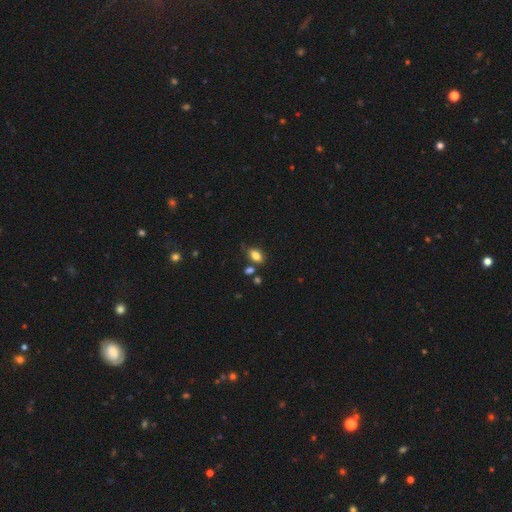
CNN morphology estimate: A smooth galaxy with no disk features (83%) that is in between round and cigar-shaped (90%).

Vote fractions:
- Smooth or featured? smooth: 83% / star or artifact: 9% / featured or disk: 7%
- How rounded? in between: 90% / round: 7% / cigar-shaped: 3%
- Merging? none: 69% / minor disturbance: 18% / merger: 9% / major disturbance: 4%